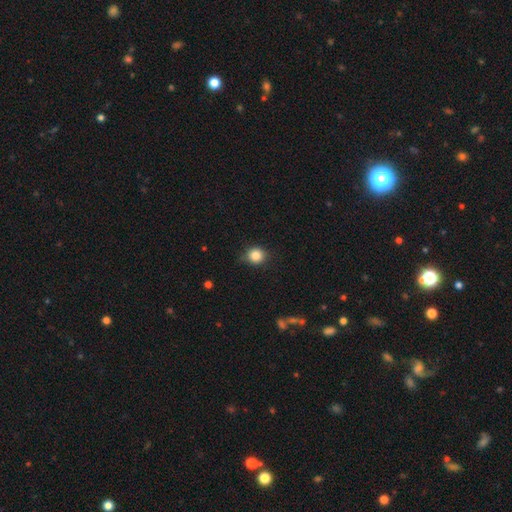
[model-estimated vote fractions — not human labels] A smooth galaxy with no disk features (83%) that is round (84%). Merging: none (80%).